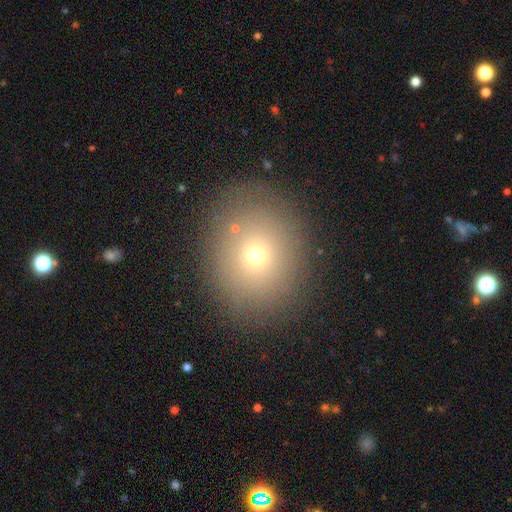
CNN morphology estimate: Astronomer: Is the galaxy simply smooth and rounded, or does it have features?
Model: smooth — 68%.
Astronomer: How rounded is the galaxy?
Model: round — 65%.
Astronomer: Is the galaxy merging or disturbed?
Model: none — 85%.